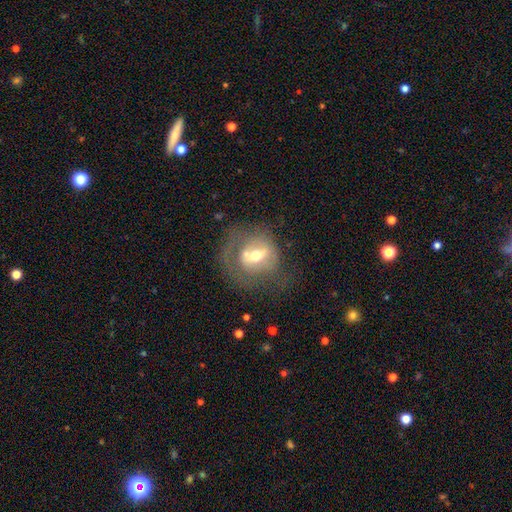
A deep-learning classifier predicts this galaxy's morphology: A featured or disk galaxy (57%) with a weak bar (39%), no spiral arms (58%) and a moderate central bulge (67%).

Vote fractions:
- Smooth or featured? featured or disk: 57% / smooth: 34% / star or artifact: 9%
- Edge-on disk? no: 94% / yes: 6%
- Bar? weak: 39% / no: 38% / strong: 23%
- Spiral arms? no: 58% / yes: 42%
- Bulge size? moderate: 67% / small: 23% / large: 8% / none: 1% / dominant: 1%
- Merging? none: 37% / major disturbance: 28% / minor disturbance: 20% / merger: 16%